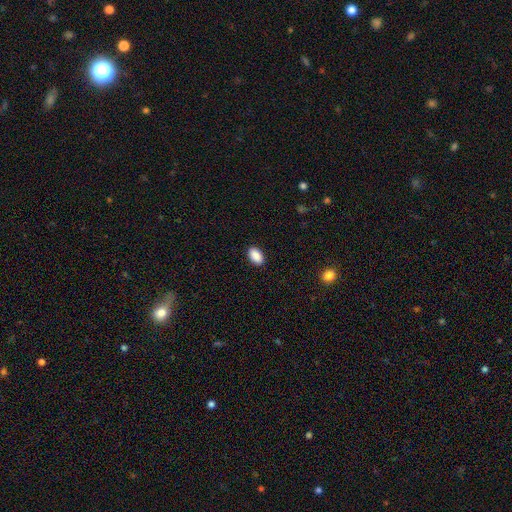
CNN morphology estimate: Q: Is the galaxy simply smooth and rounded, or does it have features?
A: smooth — 90%.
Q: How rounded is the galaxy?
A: in between — 93%.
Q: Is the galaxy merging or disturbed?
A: none — 90%.